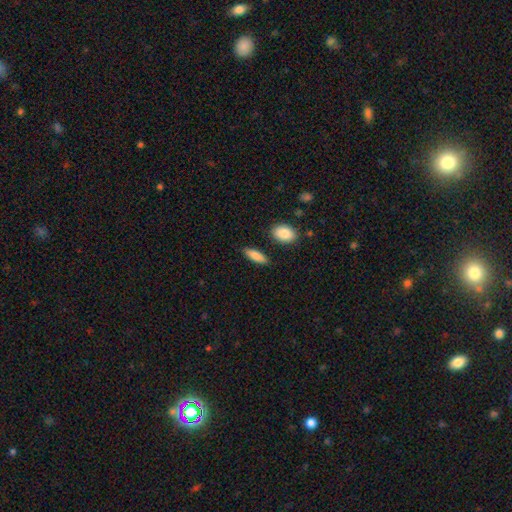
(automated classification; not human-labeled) Smooth or featured: smooth — 83% (featured or disk — 10%)
How rounded: in between — 61% (cigar-shaped — 37%)
Merging: none — 84% (minor disturbance — 10%)